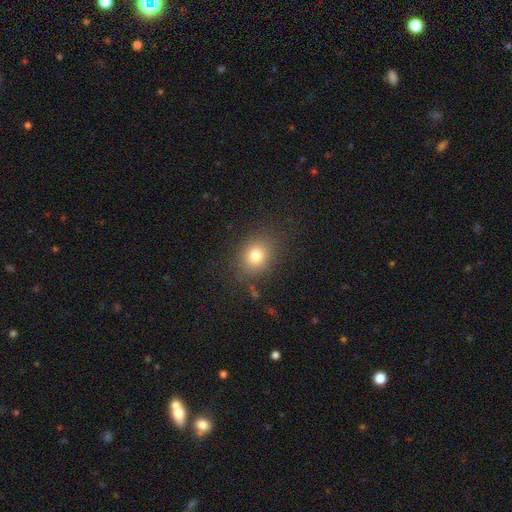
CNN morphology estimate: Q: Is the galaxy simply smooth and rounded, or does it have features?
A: smooth — 78%.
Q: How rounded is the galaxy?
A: round — 59%.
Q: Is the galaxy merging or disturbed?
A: none — 83%.